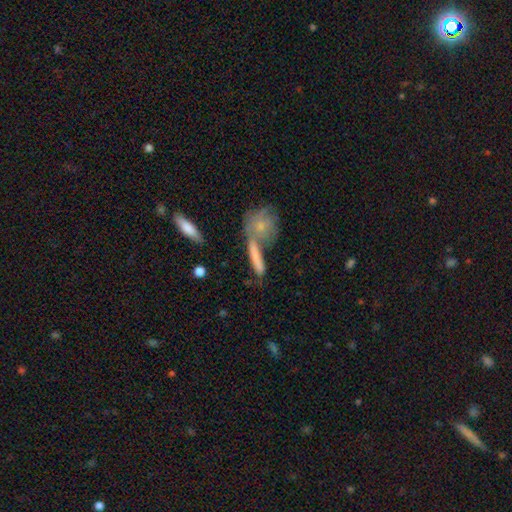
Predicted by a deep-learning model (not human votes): This is likely a smooth galaxy (60%). How rounded: likely cigar-shaped (64%). Merging: possibly none (48%).